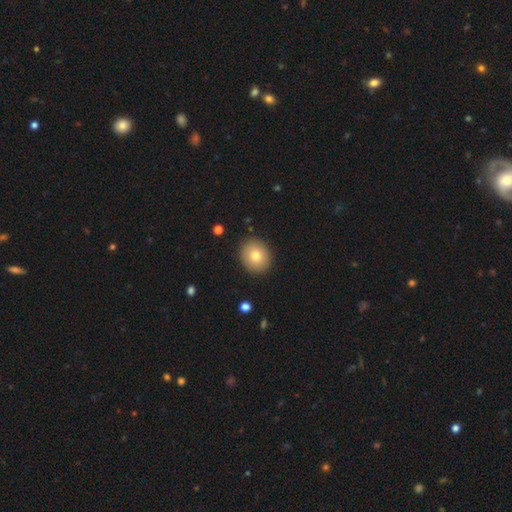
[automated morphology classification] The model was most divided on "how rounded": round: 74%, in between: 25%, cigar-shaped: 1%. More confident: merging — none (90%); smooth or featured — smooth (77%).